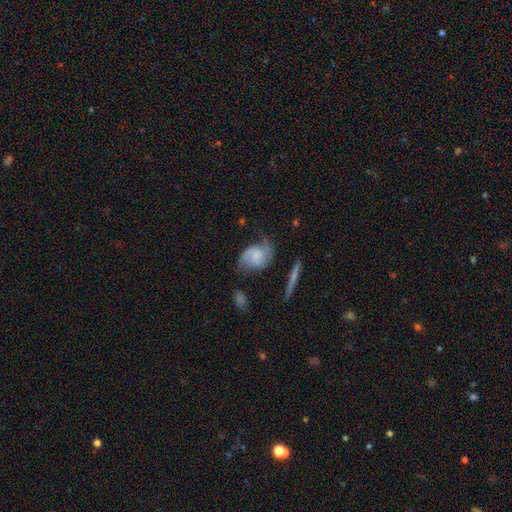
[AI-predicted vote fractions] This is likely a featured or disk galaxy (63%). It is clearly not viewed edge-on (96%). Bar: likely no (64%). Spiral arm pattern: clearly yes (91%). Spiral arm count: clearly 2 (80%). Spiral winding: possibly medium (45%). Central bulge: possibly small (54%). Merging: possibly none (52%).